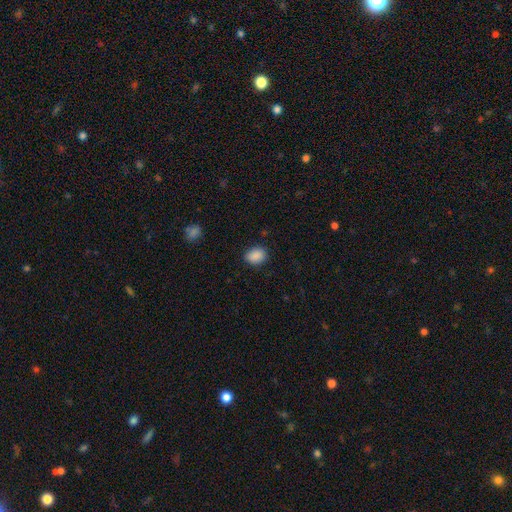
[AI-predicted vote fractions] Smooth or featured? Predicted: smooth (p=0.89). How rounded? Predicted: in between (p=0.69). Merging? Predicted: none (p=0.84).